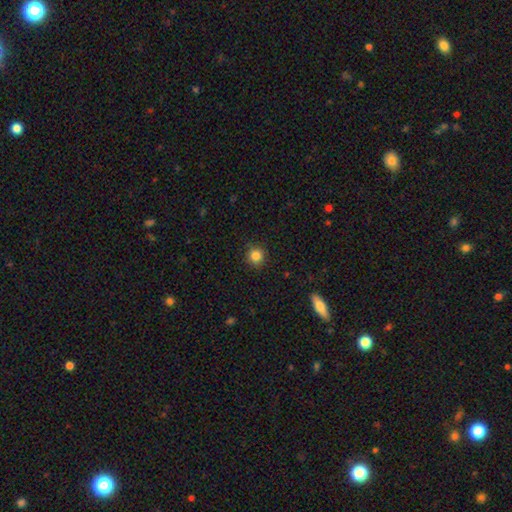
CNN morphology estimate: A smooth galaxy with no disk features (84%) that is round (93%). Merging: none (90%).